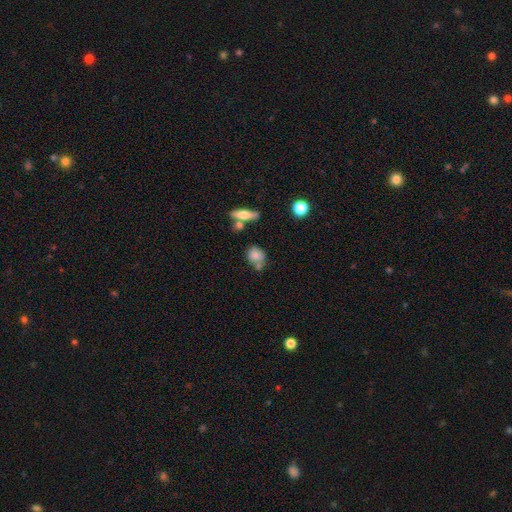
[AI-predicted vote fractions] smooth 78%, featured or disk 12%, star or artifact 10%. Down the decision tree: how rounded — round (58%); merging — none (52%).